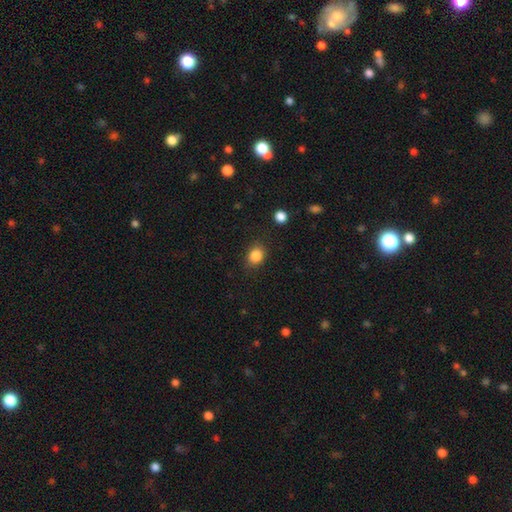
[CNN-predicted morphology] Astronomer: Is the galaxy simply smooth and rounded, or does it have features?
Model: smooth — 85%.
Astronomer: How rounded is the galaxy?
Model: round — 55% (runner-up: in between, 44%).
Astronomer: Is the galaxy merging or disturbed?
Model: none — 84%.